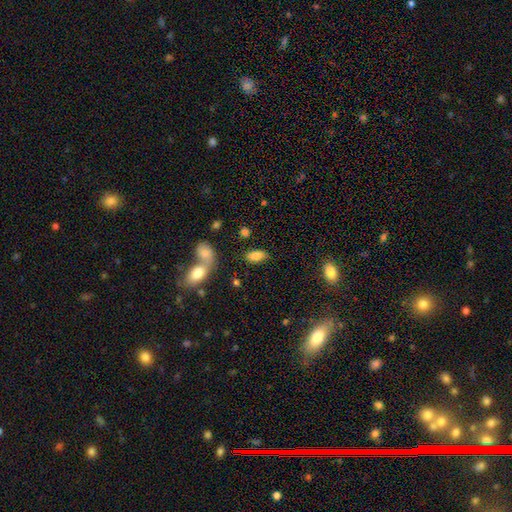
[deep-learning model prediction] smooth-or-featured: smooth: 82% | featured or disk: 9% | star or artifact: 8%
  how-rounded: in between: 91% | cigar-shaped: 5% | round: 4%
  merging: none: 72% | merger: 12% | minor disturbance: 12% | major disturbance: 4%